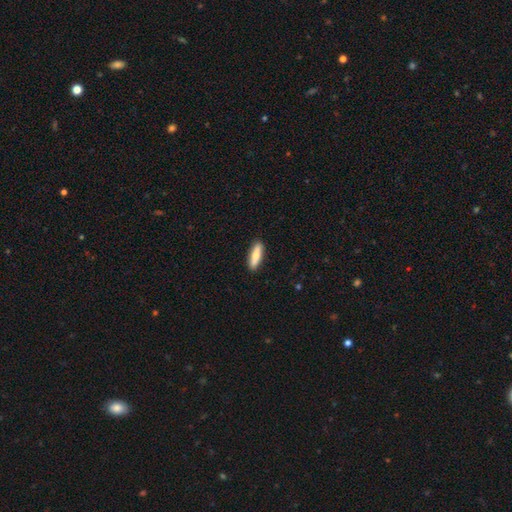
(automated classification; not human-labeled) Overall: smooth (73%). How rounded: cigar-shaped (59%; in between 39%). Merging: none (90%).